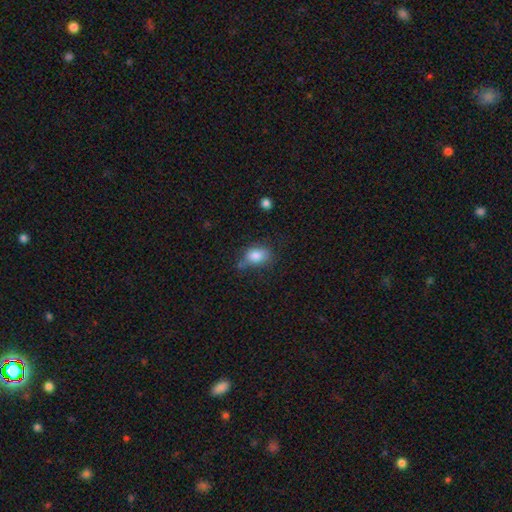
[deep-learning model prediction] Smooth or featured?
  - smooth: 83% *
  - star or artifact: 9%
  - featured or disk: 8%
How rounded?
  - in between: 73% *
  - round: 25%
  - cigar-shaped: 2%
Merging?
  - none: 54% *
  - minor disturbance: 28%
  - major disturbance: 9%
  - merger: 9%